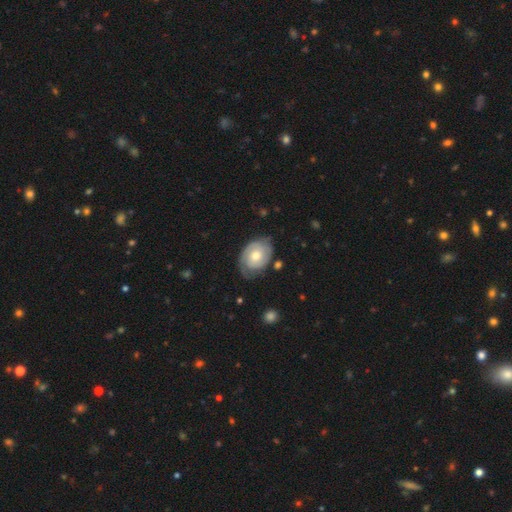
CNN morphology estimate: This appears to be a featured or disk galaxy (69%) with no bar (77%), 2 (53%) tight (67%) spiral arms (87%) and a moderate central bulge (68%). Merging: none (66%).